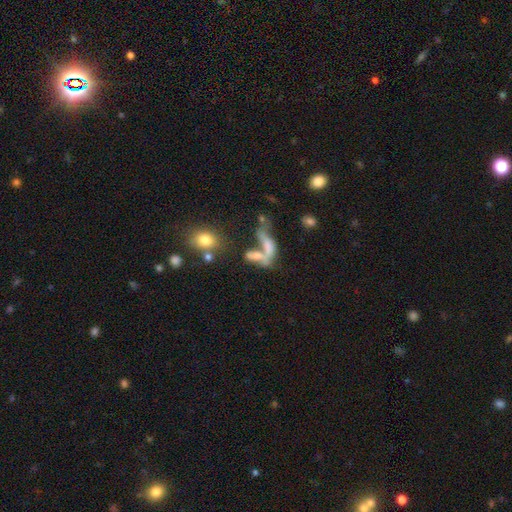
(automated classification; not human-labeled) The model was most divided on "smooth or featured": smooth: 58%, featured or disk: 28%, star or artifact: 14%. More confident: how rounded — in between (63%); merging — merger (61%).